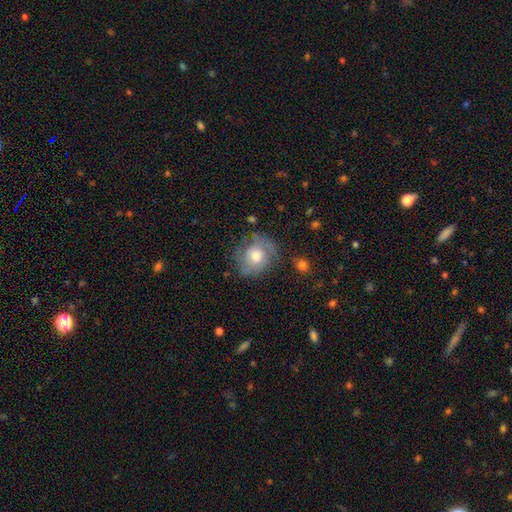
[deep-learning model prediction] smooth-or-featured: featured or disk: 52% | smooth: 39% | star or artifact: 9%
  disk-edge-on: no: 96% | yes: 4%
    bar: no: 80% | weak: 17% | strong: 3%
    has-spiral-arms: yes: 72% | no: 28%
    bulge-size: moderate: 56% | large: 31% | small: 9% | dominant: 2% | none: 2%
  merging: none: 66% | minor disturbance: 22% | major disturbance: 10% | merger: 2%